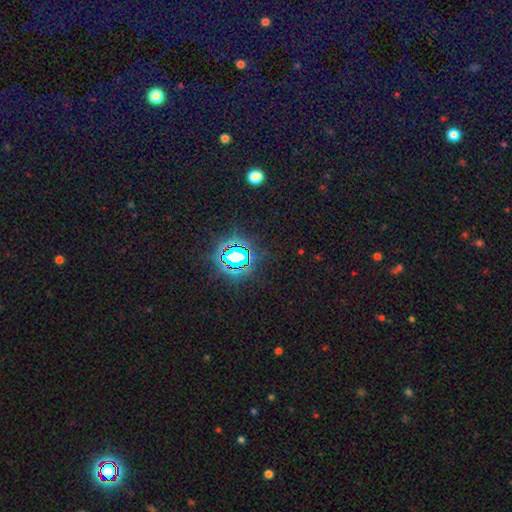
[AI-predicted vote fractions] Q: Smooth or featured?
A: star or artifact (81%); runner-up: smooth (12%)